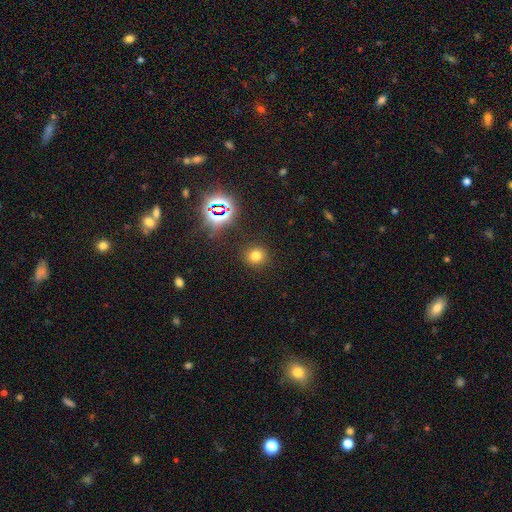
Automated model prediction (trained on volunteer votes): smooth 72%, star or artifact 22%, featured or disk 7%. Down the decision tree: how rounded — round (88%); merging — none (89%).